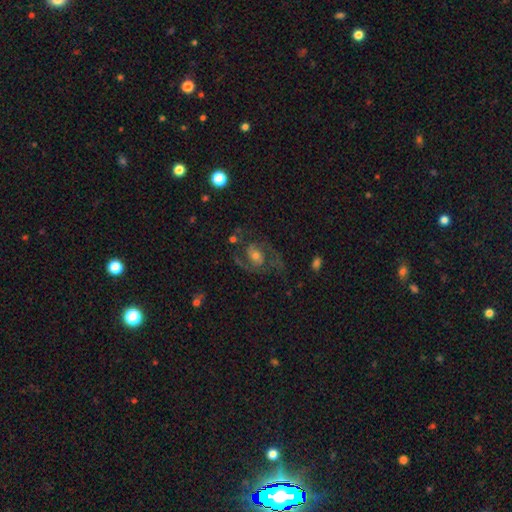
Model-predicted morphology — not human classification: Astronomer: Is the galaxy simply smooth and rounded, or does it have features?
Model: featured or disk — 82%.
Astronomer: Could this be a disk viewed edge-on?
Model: no — 97%.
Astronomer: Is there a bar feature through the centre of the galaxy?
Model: no — 52% (runner-up: weak, 37%).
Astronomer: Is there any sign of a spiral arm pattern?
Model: yes — 94%.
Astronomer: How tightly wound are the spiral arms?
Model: medium — 58%.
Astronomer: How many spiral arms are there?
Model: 2 — 85%.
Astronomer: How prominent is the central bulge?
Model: moderate — 53% (runner-up: small, 35%).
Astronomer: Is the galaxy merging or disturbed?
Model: none — 65%.